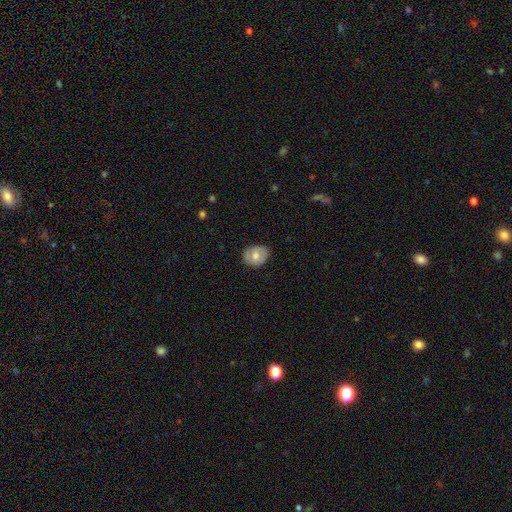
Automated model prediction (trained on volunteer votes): Overall: smooth (61%; featured or disk 32%). How rounded: round (54%; in between 45%). Merging: none (83%).